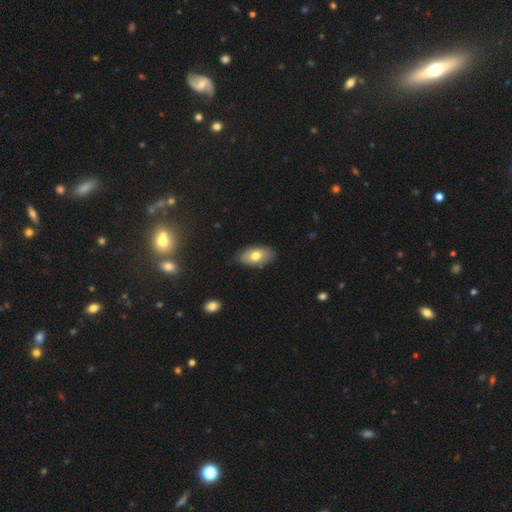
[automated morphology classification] Overall: smooth (72%). How rounded: in between (92%). Merging: none (82%).